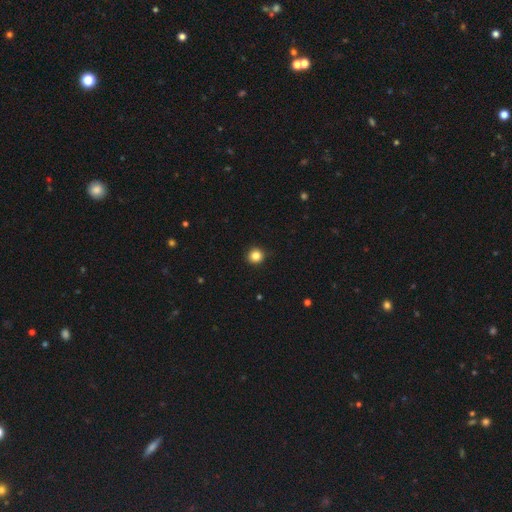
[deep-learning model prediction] Smooth or featured: smooth — 84% (star or artifact — 11%)
How rounded: round — 93% (in between — 6%)
Merging: none — 92% (minor disturbance — 6%)